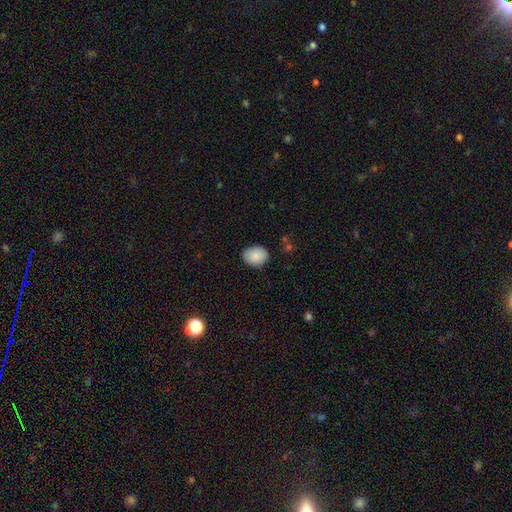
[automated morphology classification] Q: Smooth or featured?
A: smooth (88%); runner-up: star or artifact (7%)
Q: How rounded?
A: in between (58%); runner-up: round (41%)
Q: Merging?
A: none (83%); runner-up: minor disturbance (13%)